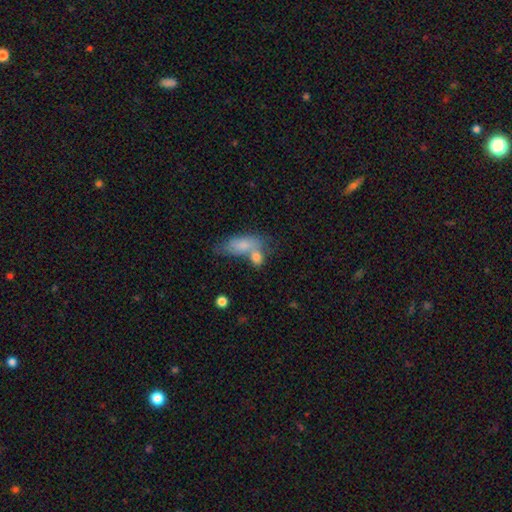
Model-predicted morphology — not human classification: Smooth or featured?
  - smooth: 75% *
  - featured or disk: 16%
  - star or artifact: 9%
How rounded?
  - in between: 77% *
  - round: 13%
  - cigar-shaped: 11%
Merging?
  - merger: 44% *
  - none: 34%
  - minor disturbance: 14%
  - major disturbance: 8%